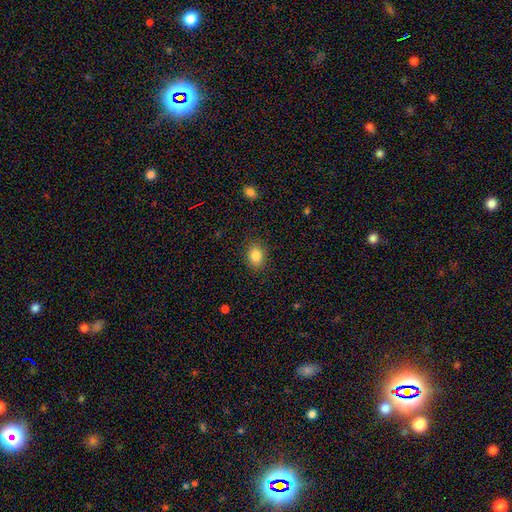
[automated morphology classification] smooth 84%, star or artifact 9%, featured or disk 6%. Down the decision tree: how rounded — in between (68%); merging — none (88%).